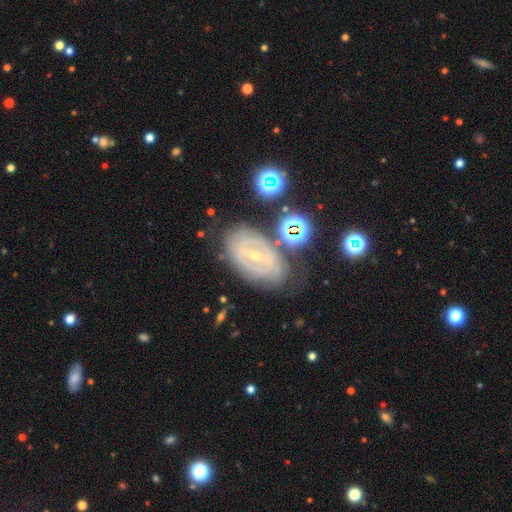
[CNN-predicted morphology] A featured or disk galaxy (80%) with a weak bar (42%), tight (70%) spiral arms (81%) and a small central bulge (66%). Merging: none (70%).